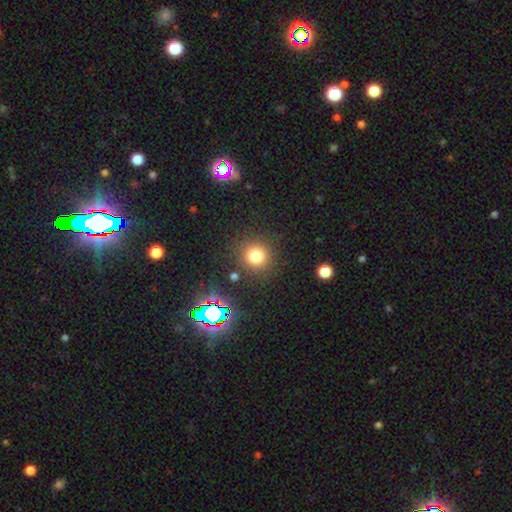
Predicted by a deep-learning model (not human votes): A smooth galaxy with no disk features (76%) that is round (91%).

Vote fractions:
- Smooth or featured? smooth: 76% / star or artifact: 18% / featured or disk: 6%
- How rounded? round: 91% / in between: 8% / cigar-shaped: 1%
- Merging? none: 85% / minor disturbance: 8% / major disturbance: 4% / merger: 3%